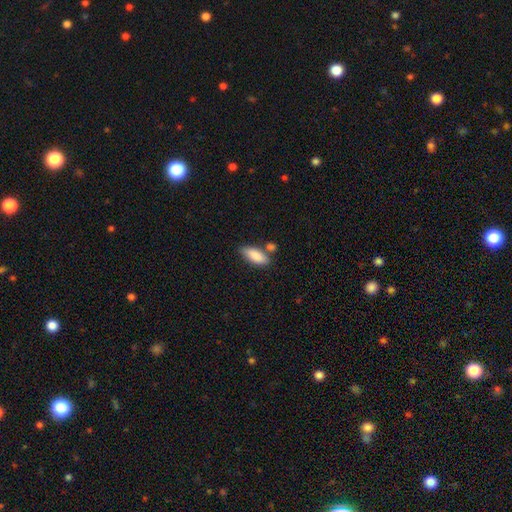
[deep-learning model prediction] Overall: smooth (85%). How rounded: in between (79%). Merging: none (61%).